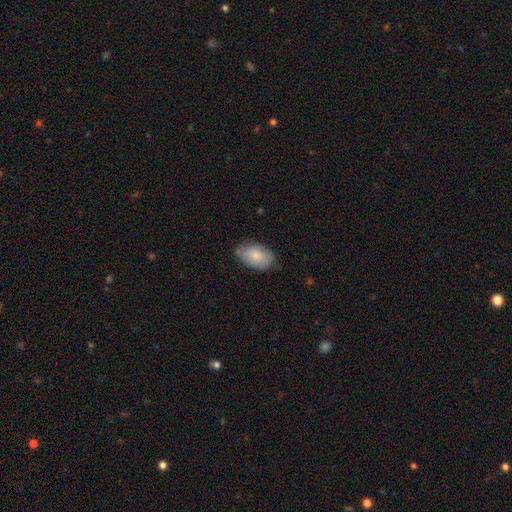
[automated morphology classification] This is clearly a smooth galaxy (82%). How rounded: clearly in between (92%). Merging: likely none (70%).